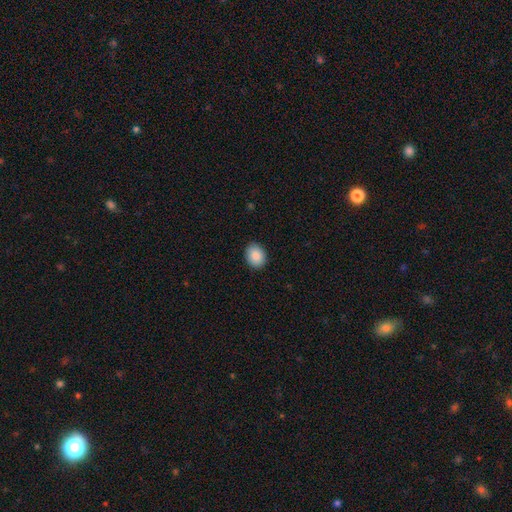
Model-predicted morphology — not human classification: Smooth or featured?
  - smooth: 88% *
  - star or artifact: 7%
  - featured or disk: 4%
How rounded?
  - in between: 59% *
  - round: 41%
  - cigar-shaped: 1%
Merging?
  - none: 88% *
  - minor disturbance: 9%
  - major disturbance: 2%
  - merger: 1%